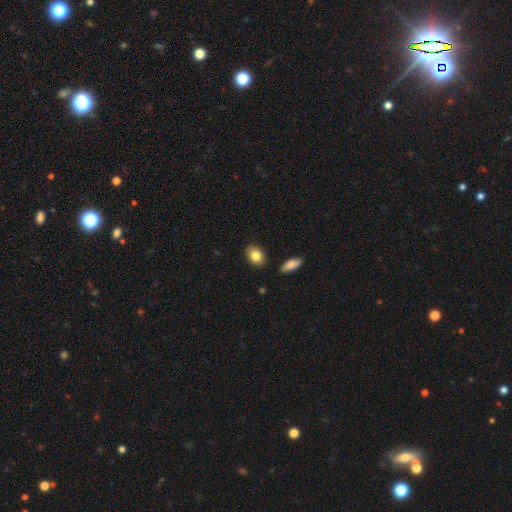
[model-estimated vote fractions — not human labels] The model was most divided on "how rounded": in between: 74%, round: 24%, cigar-shaped: 2%. More confident: merging — none (86%); smooth or featured — smooth (83%).